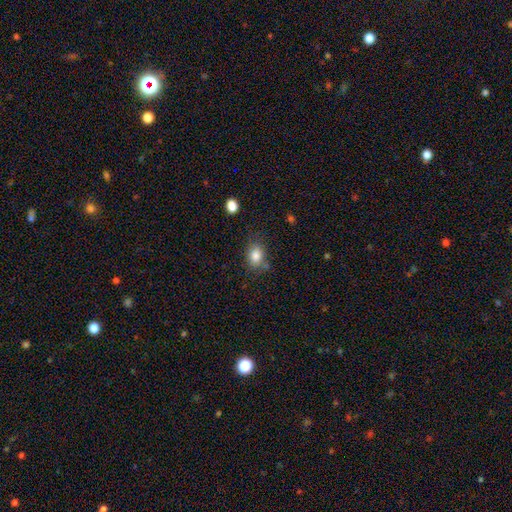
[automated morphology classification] A smooth galaxy with no disk features (83%) that is in between round and cigar-shaped (65%). Merging: none (70%).